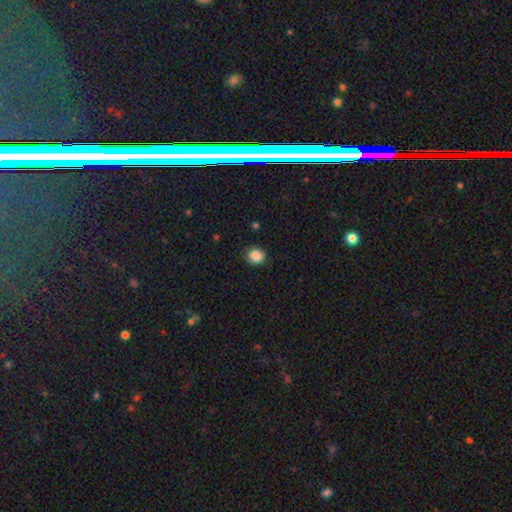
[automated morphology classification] Q: Smooth or featured?
A: smooth (87%); runner-up: star or artifact (10%)
Q: How rounded?
A: round (78%); runner-up: in between (21%)
Q: Merging?
A: none (86%); runner-up: minor disturbance (11%)